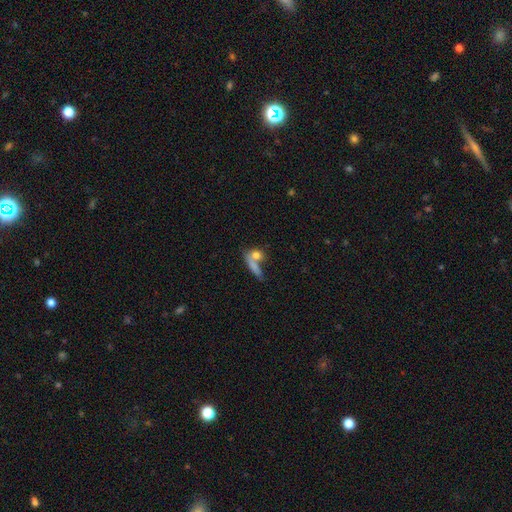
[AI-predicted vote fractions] smooth-or-featured: smooth: 73% | featured or disk: 17% | star or artifact: 9%
  how-rounded: in between: 48% | round: 32% | cigar-shaped: 21%
  merging: merger: 44% | none: 37% | minor disturbance: 10% | major disturbance: 8%